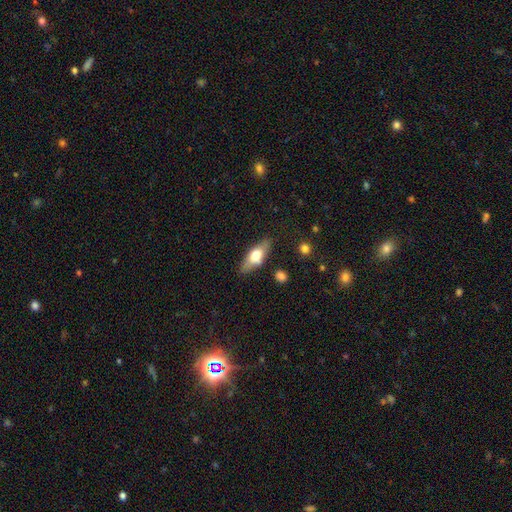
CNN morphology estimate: A smooth galaxy with no disk features (59%) that is in between round and cigar-shaped (66%). Merging: none (78%).